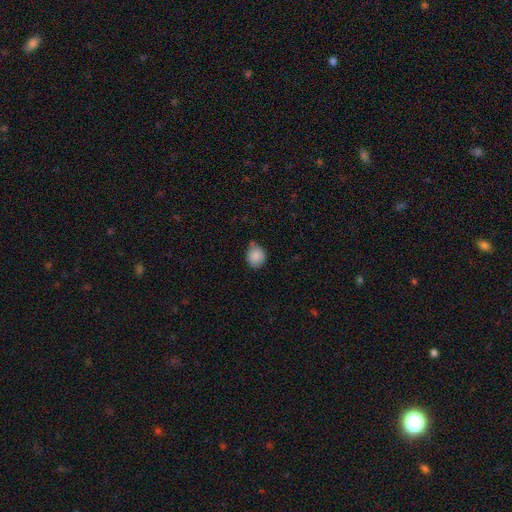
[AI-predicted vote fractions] smooth_or_featured: smooth (p=0.86) [alt: star or artifact p=0.09]
how_rounded: round (p=0.80) [alt: in between p=0.19]
merging: none (p=0.61) [alt: minor disturbance p=0.31]